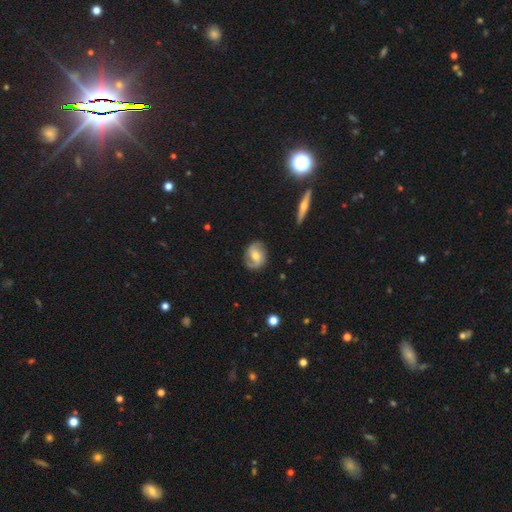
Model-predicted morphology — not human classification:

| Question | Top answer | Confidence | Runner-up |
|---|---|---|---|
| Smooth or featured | featured or disk | 71% | smooth (23%) |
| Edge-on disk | no | 96% | yes (4%) |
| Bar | no | 42% | weak (41%) |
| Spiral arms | yes | 90% | no (10%) |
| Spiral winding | medium | 44% | tight (29%) |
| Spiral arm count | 2 | 83% | can't tell (8%) |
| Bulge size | moderate | 63% | small (30%) |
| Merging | none | 78% | minor disturbance (16%) |